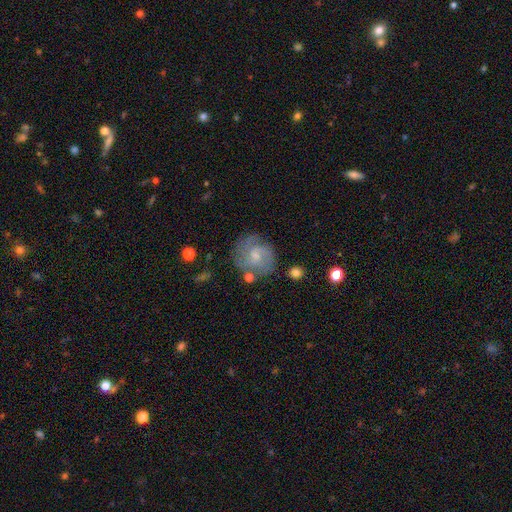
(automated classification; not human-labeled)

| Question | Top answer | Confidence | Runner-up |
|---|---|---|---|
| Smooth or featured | featured or disk | 68% | smooth (25%) |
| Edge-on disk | no | 98% | yes (2%) |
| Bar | no | 53% | weak (42%) |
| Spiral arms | yes | 90% | no (10%) |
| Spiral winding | tight | 47% | medium (40%) |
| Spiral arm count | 2 | 31% | can't tell (30%) |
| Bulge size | small | 47% | moderate (37%) |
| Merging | none | 67% | minor disturbance (19%) |